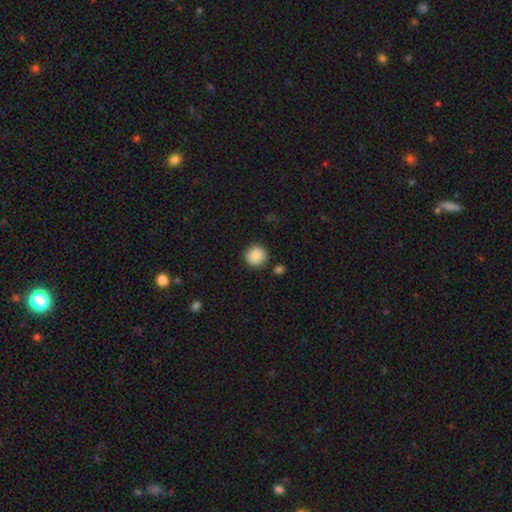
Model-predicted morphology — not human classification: smooth-or-featured: smooth: 89% | star or artifact: 8% | featured or disk: 3%
  how-rounded: round: 93% | in between: 6% | cigar-shaped: 1%
  merging: none: 88% | minor disturbance: 7% | merger: 3% | major disturbance: 2%